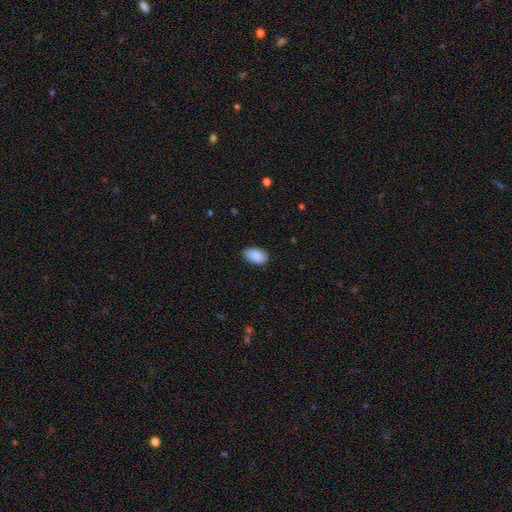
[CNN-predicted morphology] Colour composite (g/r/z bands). It shows a smooth galaxy with no disk features (91%) that is in between round and cigar-shaped (94%). Merging: none (86%).